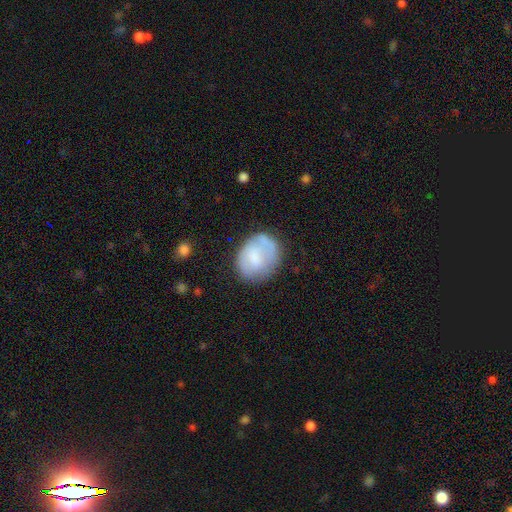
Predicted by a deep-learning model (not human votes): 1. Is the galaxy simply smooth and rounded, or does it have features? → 64% smooth, 29% featured or disk, 7% star or artifact.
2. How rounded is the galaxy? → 58% round, 41% in between, 1% cigar-shaped.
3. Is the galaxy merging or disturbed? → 58% none, 26% minor disturbance, 11% major disturbance, 5% merger.